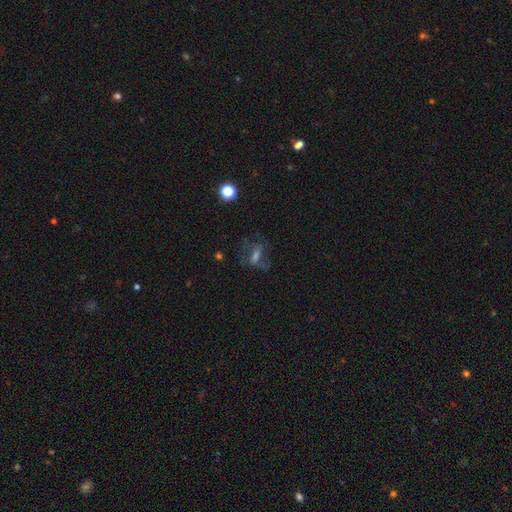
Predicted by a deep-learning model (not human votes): Smooth or featured: featured or disk — 46% (smooth — 30%)
Merging: none — 57% (major disturbance — 22%)